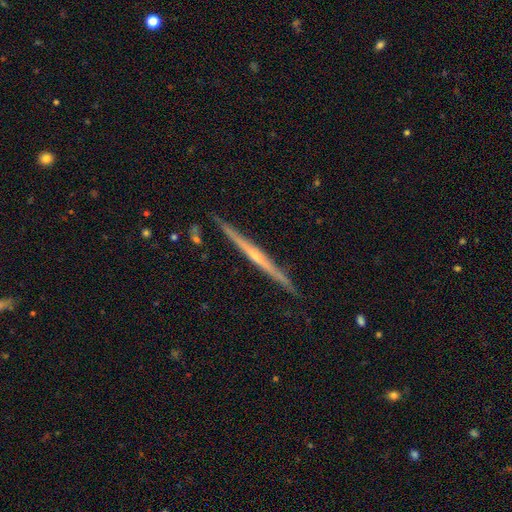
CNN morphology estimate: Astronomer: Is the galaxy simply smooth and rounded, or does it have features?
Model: featured or disk — 79%.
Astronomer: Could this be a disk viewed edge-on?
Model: yes — 98%.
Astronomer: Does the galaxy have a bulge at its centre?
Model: rounded — 57% (runner-up: none, 37%).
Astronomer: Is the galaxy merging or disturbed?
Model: none — 90%.